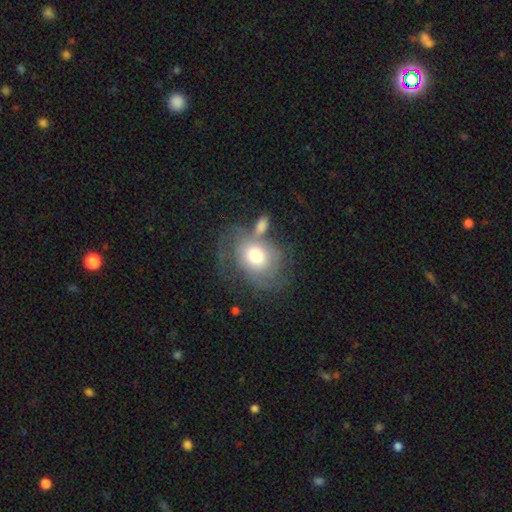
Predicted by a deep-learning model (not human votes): smooth-or-featured: featured or disk: 46% (tied) | smooth: 46% (tied) | star or artifact: 8%
  merging: none: 37% | major disturbance: 23% | merger: 20% | minor disturbance: 20%